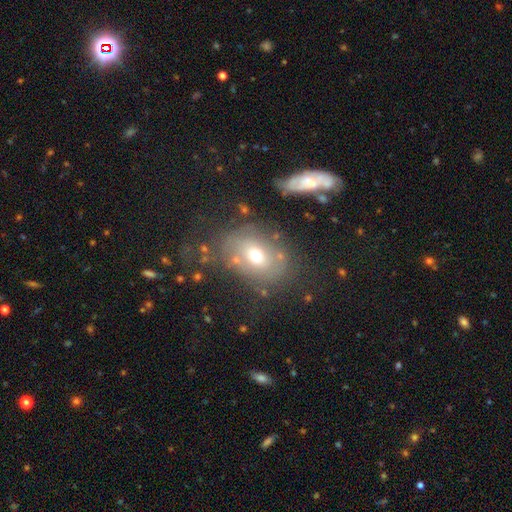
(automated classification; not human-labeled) This appears to be a smooth galaxy with no disk features (59%) that is in between round and cigar-shaped (62%). Merging: none (65%).